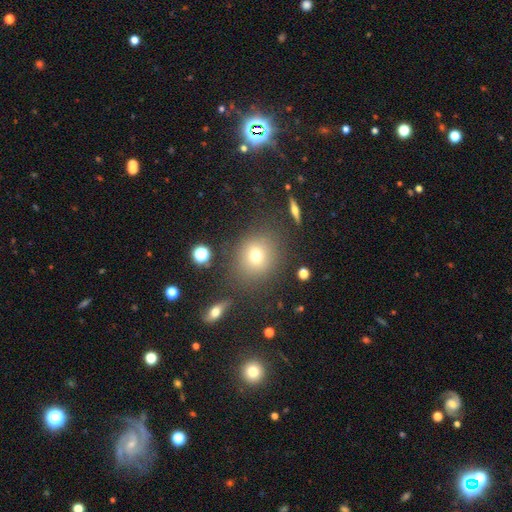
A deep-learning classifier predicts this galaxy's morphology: Q: Smooth or featured?
A: smooth (68%); runner-up: star or artifact (20%)
Q: How rounded?
A: round (76%); runner-up: in between (22%)
Q: Merging?
A: none (82%); runner-up: minor disturbance (10%)